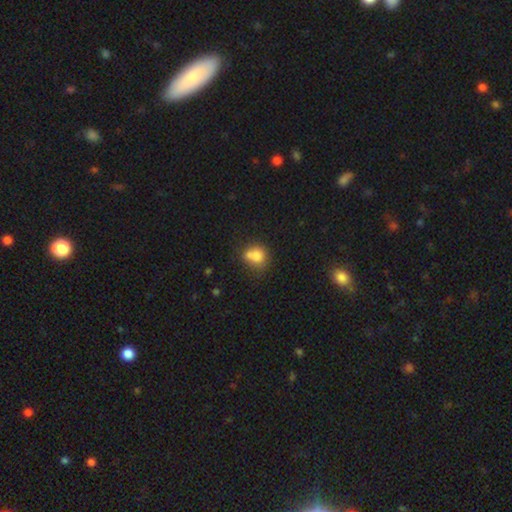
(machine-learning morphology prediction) A smooth galaxy with no disk features (74%) that is round (69%).

Vote fractions:
- Smooth or featured? smooth: 74% / featured or disk: 15% / star or artifact: 11%
- How rounded? round: 69% / in between: 30% / cigar-shaped: 1%
- Merging? merger: 40% / none: 38% / minor disturbance: 15% / major disturbance: 6%